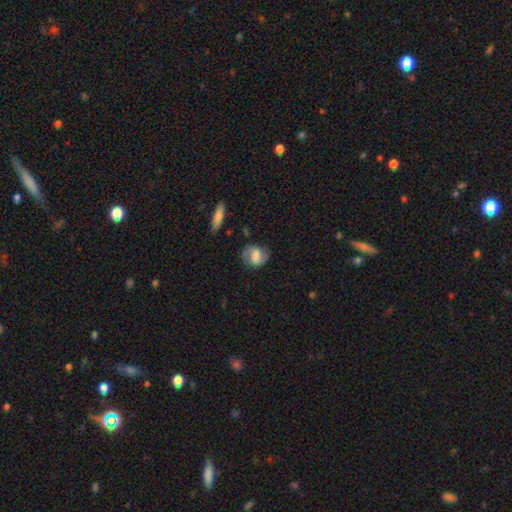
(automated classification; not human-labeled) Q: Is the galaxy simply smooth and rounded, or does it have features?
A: featured or disk — 58%.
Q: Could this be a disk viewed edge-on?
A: no — 97%.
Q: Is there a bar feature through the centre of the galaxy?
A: weak — 48%.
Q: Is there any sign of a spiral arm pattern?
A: yes — 91%.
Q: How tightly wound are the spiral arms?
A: medium — 48%.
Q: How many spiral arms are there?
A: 2 — 88%.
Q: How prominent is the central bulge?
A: moderate — 42%.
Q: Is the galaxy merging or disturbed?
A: none — 77%.